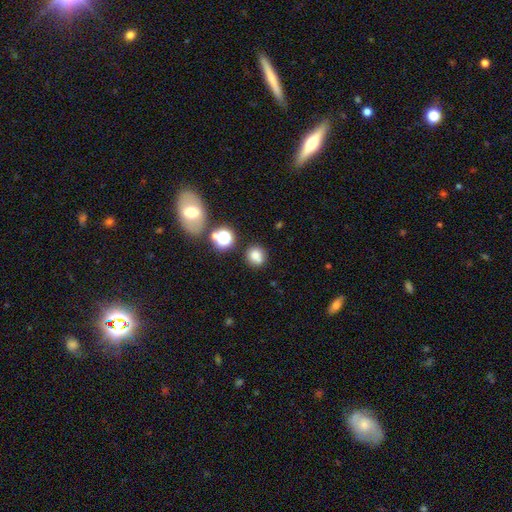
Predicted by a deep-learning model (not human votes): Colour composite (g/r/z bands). It shows a smooth galaxy with no disk features (76%) that is round (79%). Merging: none (70%).